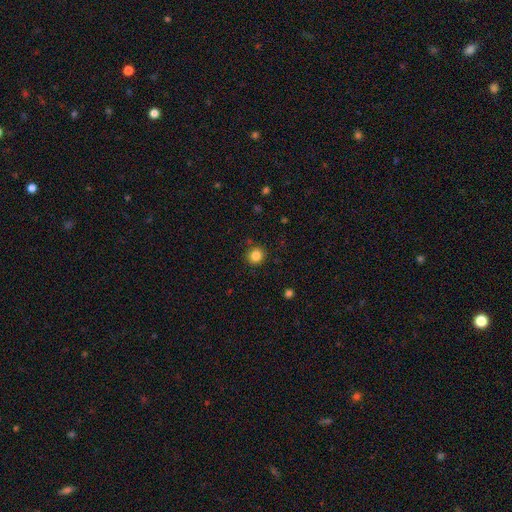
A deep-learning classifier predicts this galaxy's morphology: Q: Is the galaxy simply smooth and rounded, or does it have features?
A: smooth — 84%.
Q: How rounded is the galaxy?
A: round — 91%.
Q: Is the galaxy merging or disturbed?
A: none — 89%.